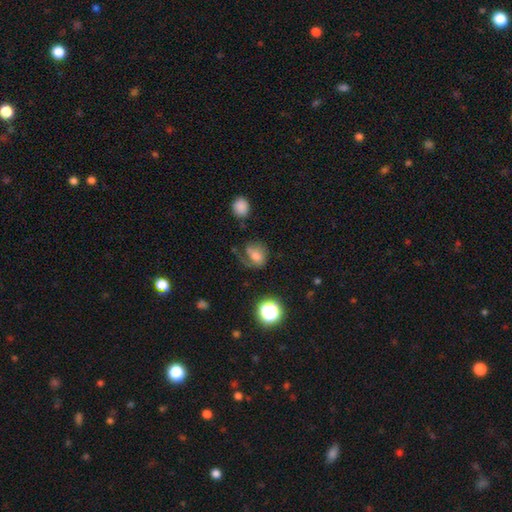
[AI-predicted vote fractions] Smooth or featured: smooth — 55% (featured or disk — 31%)
How rounded: round — 50% (in between — 48%)
Merging: none — 40% (major disturbance — 33%)